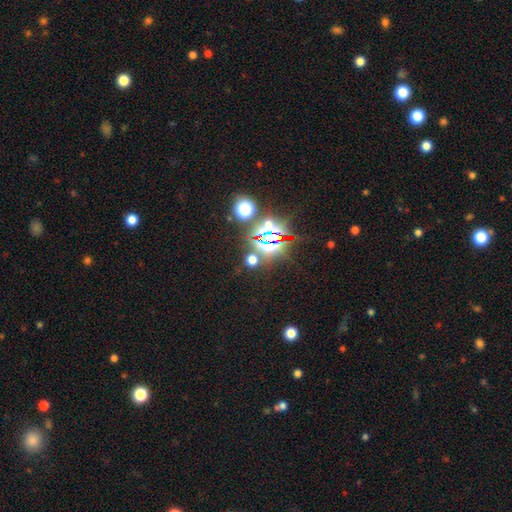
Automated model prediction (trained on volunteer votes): Smooth or featured?
  - star or artifact: 81% *
  - smooth: 10%
  - featured or disk: 9%